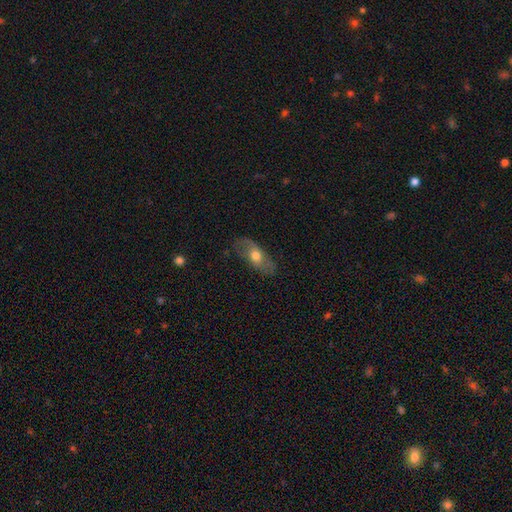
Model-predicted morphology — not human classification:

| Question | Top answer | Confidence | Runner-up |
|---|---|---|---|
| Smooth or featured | smooth | 51% | featured or disk (43%) |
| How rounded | in between | 78% | cigar-shaped (16%) |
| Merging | none | 70% | minor disturbance (21%) |